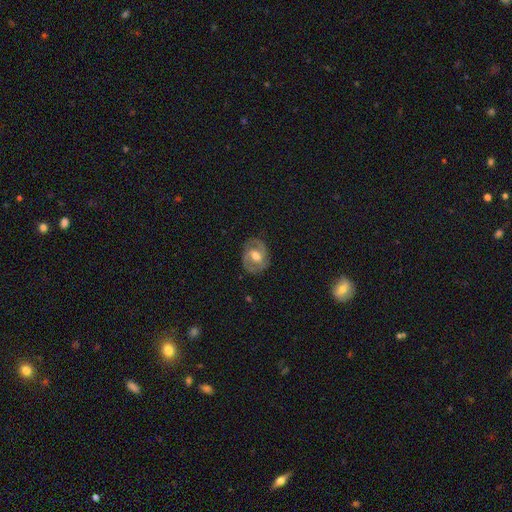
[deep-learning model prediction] This appears to be a featured or disk galaxy (77%) with a weak bar (48%), 2 (83%) medium (48%) spiral arms (90%) and a moderate central bulge (73%). Merging: none (80%).